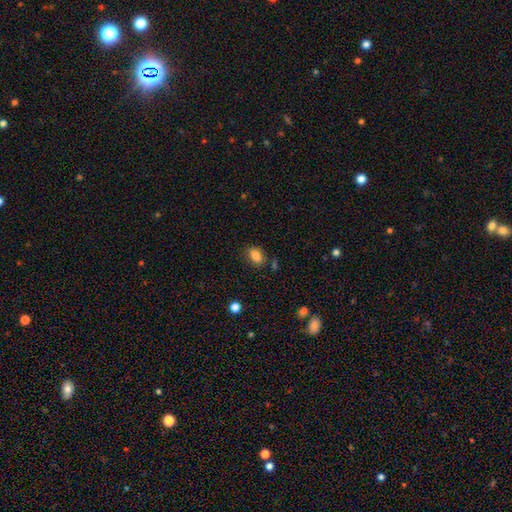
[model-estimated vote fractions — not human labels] A smooth galaxy with no disk features (84%) that is in between round and cigar-shaped (82%). Merging: none (78%).